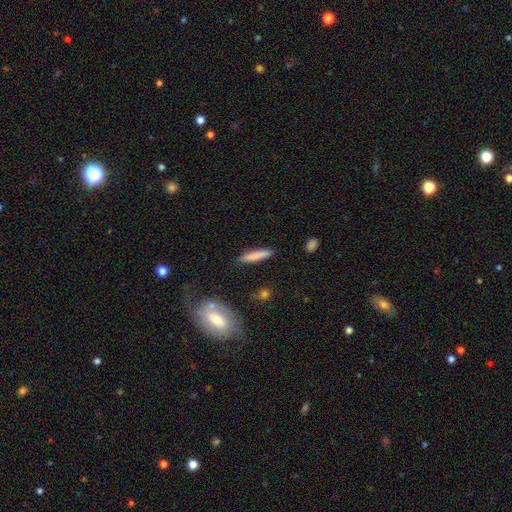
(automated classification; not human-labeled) A smooth galaxy with no disk features (79%) that is cigar-shaped (88%).

Vote fractions:
- Smooth or featured? smooth: 79% / featured or disk: 15% / star or artifact: 6%
- How rounded? cigar-shaped: 88% / in between: 11% / round: 2%
- Merging? none: 86% / minor disturbance: 10% / merger: 2% / major disturbance: 2%